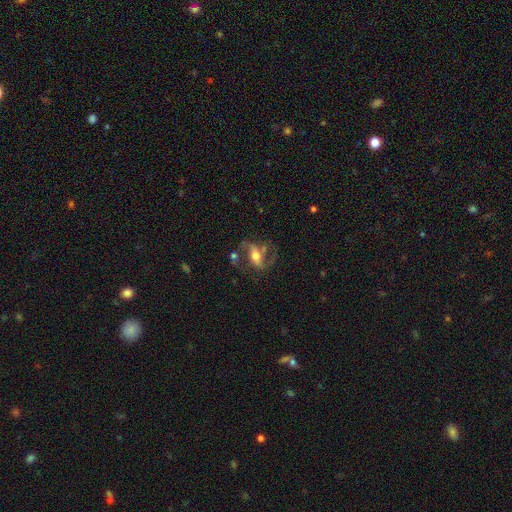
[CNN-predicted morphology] The model was most divided on "spiral winding": medium: 45%, loose: 43%, tight: 11%. Remaining: edge-on disk — no (94%); spiral arms — yes (89%); spiral arm count — 2 (82%); smooth or featured — featured or disk (77%); bulge size — moderate (61%); merging — none (53%); bar — strong (40%).